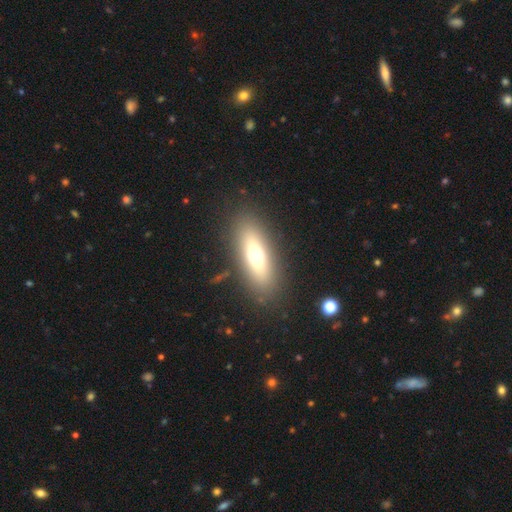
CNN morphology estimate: A smooth galaxy with no disk features (62%) that is in between round and cigar-shaped (59%). Merging: none (85%).